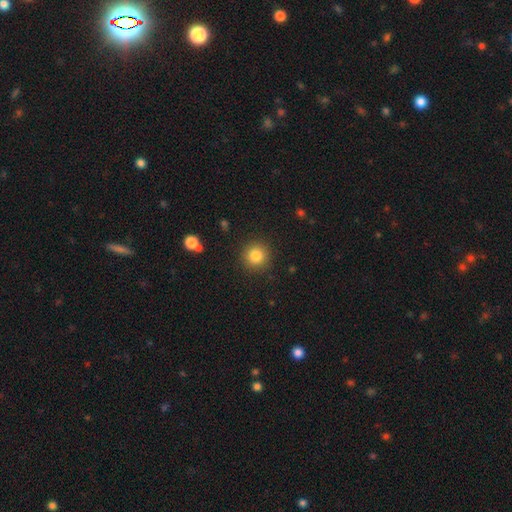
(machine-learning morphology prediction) A smooth galaxy with no disk features (83%) that is round (94%).

Vote fractions:
- Smooth or featured? smooth: 83% / star or artifact: 11% / featured or disk: 6%
- How rounded? round: 94% / in between: 5% / cigar-shaped: 1%
- Merging? none: 90% / minor disturbance: 6% / major disturbance: 2% / merger: 2%